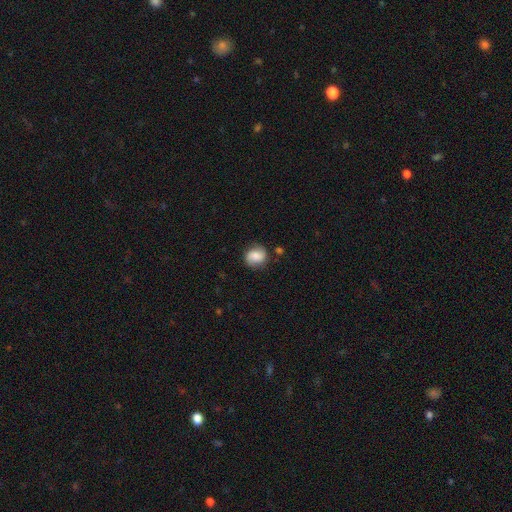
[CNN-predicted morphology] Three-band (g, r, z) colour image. It shows a smooth galaxy with no disk features (63%) that is round (72%). Merging: none (76%).